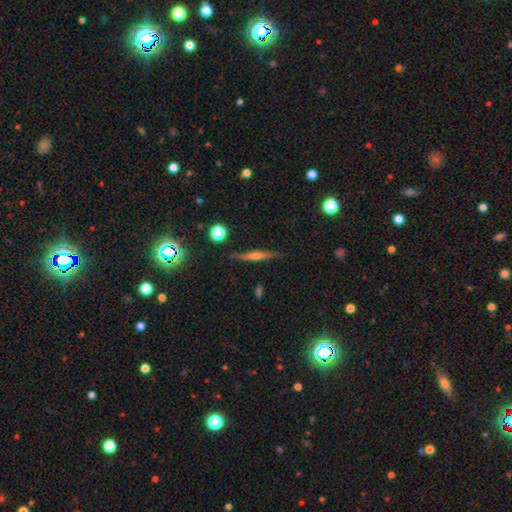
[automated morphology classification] This appears to be a featured or disk galaxy (64%) viewed edge-on (97%) with a rounded central bulge (76%). Merging: none (88%).